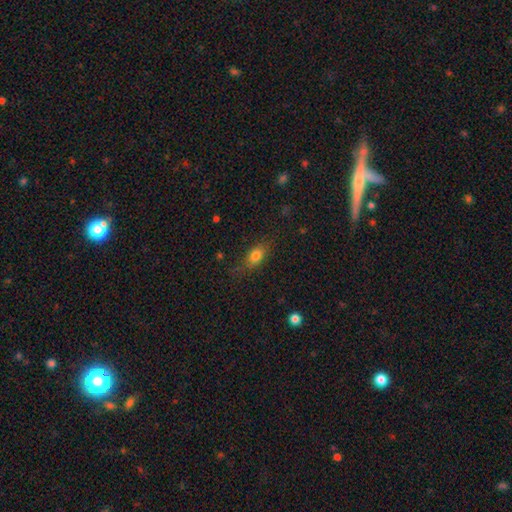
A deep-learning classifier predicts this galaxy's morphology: smooth_or_featured: smooth (p=0.78) [alt: featured or disk p=0.12]
how_rounded: in between (p=0.78) [alt: round p=0.14]
merging: none (p=0.71) [alt: minor disturbance p=0.19]